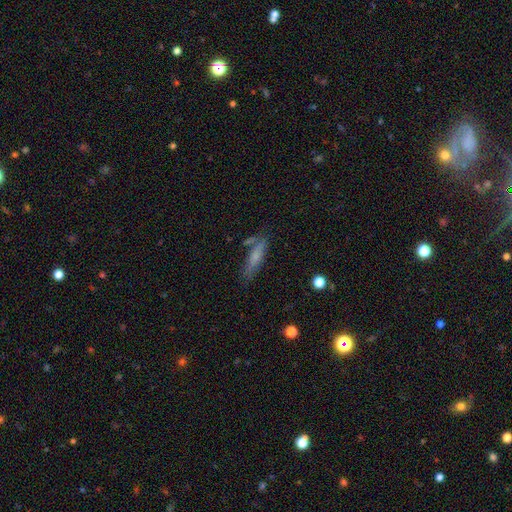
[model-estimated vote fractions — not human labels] smooth_or_featured: smooth (p=0.61) [alt: featured or disk p=0.30]
how_rounded: cigar-shaped (p=0.75) [alt: in between p=0.23]
merging: none (p=0.68) [alt: minor disturbance p=0.18]